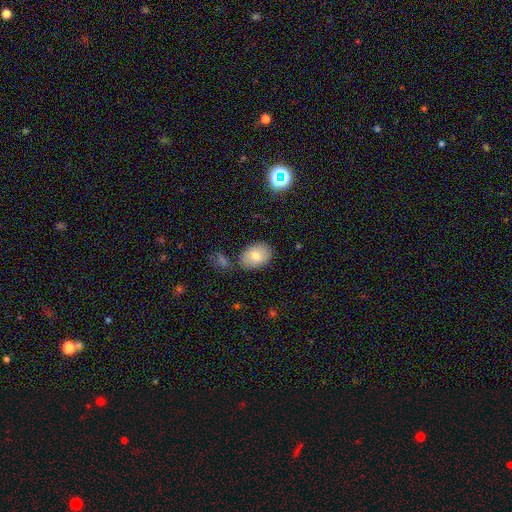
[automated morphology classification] Smooth or featured?
  - smooth: 76% *
  - featured or disk: 16%
  - star or artifact: 9%
How rounded?
  - in between: 82% *
  - round: 17%
  - cigar-shaped: 1%
Merging?
  - none: 75% *
  - minor disturbance: 14%
  - merger: 7%
  - major disturbance: 3%